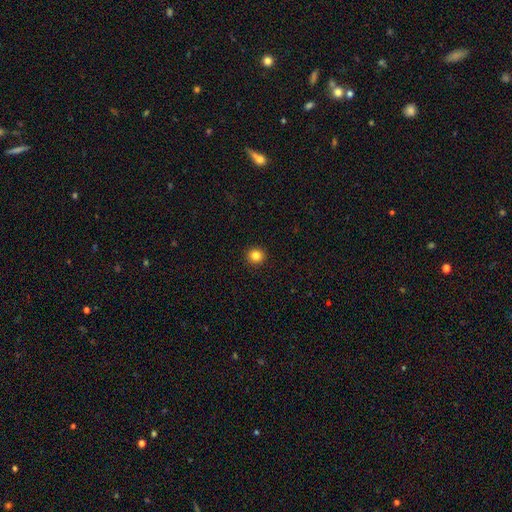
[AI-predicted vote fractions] Smooth or featured: smooth — 83% (star or artifact — 12%)
How rounded: round — 91% (in between — 8%)
Merging: none — 93% (minor disturbance — 4%)